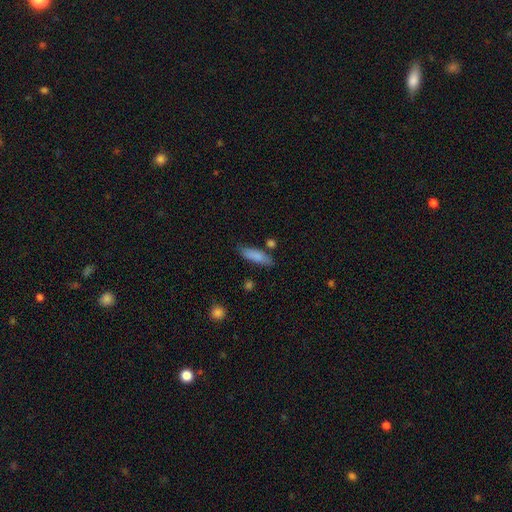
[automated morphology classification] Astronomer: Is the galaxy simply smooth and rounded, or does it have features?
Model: smooth — 82%.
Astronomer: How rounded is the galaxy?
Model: cigar-shaped — 52% (runner-up: in between, 46%).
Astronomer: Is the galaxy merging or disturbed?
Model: none — 72%.